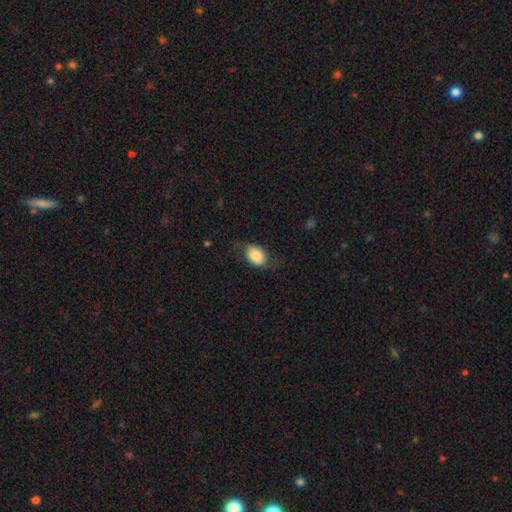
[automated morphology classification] type=smooth (81%); roundness=in between (82%); merging=none (69%).